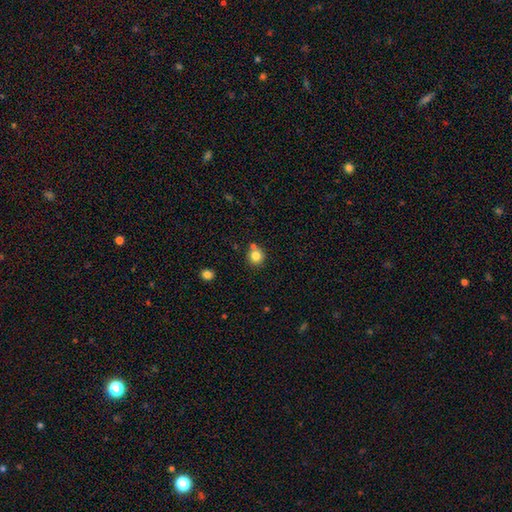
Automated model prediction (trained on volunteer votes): This appears to be a smooth galaxy with no disk features (81%) that is round (91%). Merging: none (71%).